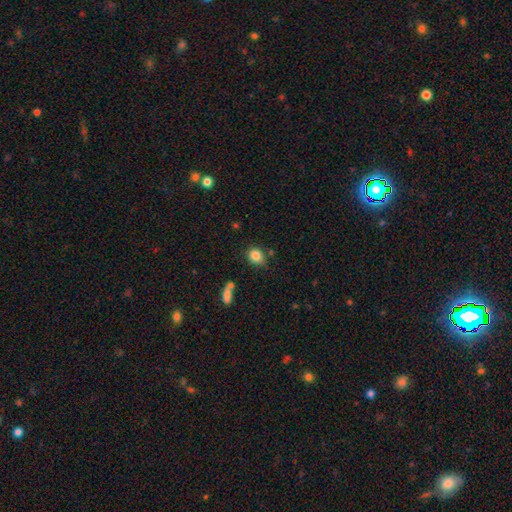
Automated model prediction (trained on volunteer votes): smooth_or_featured: smooth (p=0.84) [alt: star or artifact p=0.10]
how_rounded: round (p=0.60) [alt: in between p=0.39]
merging: none (p=0.70) [alt: minor disturbance p=0.18]